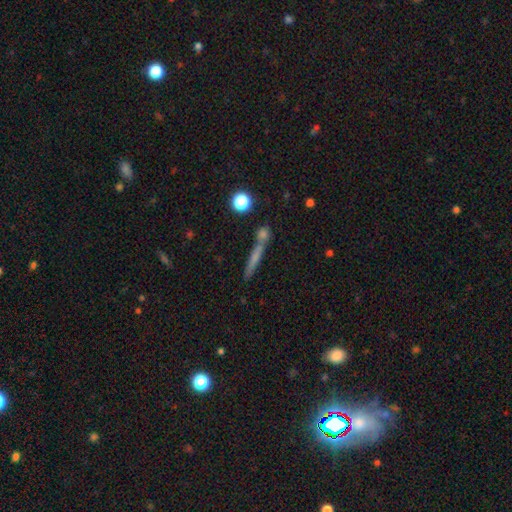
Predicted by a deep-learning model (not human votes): Morphology: type=smooth (52%); roundness=cigar-shaped (89%); merging=none (71%).